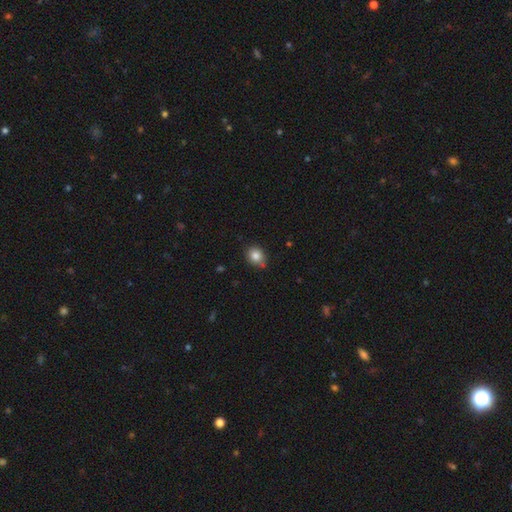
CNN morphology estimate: A smooth galaxy with no disk features (84%) that is round (65%). Merging: none (74%).